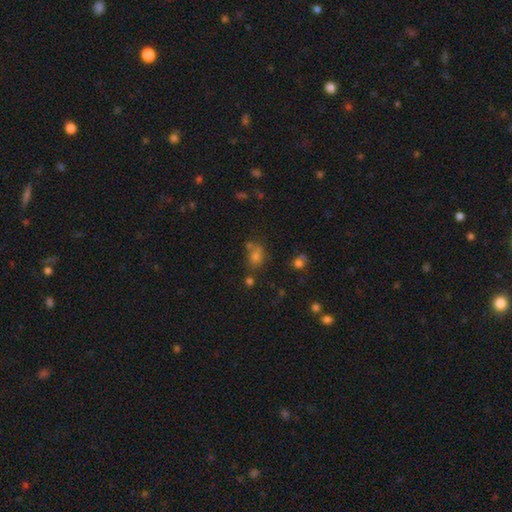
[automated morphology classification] A smooth galaxy with no disk features (60%) that is round (51%). Merging: none (61%).